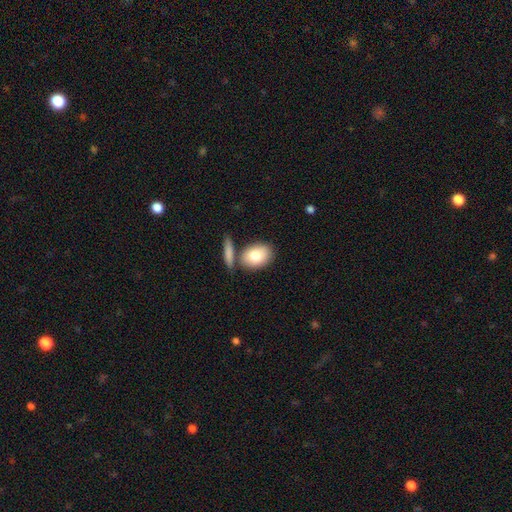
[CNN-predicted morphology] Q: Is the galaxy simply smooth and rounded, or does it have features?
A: smooth — 81%.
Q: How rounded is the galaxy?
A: in between — 79%.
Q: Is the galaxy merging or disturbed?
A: none — 65%.